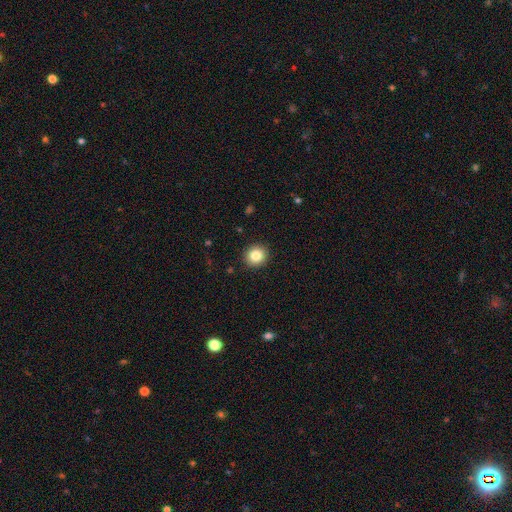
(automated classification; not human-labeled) Smooth or featured? smooth (84%)
How rounded? round (88%)
Merging? none (92%)